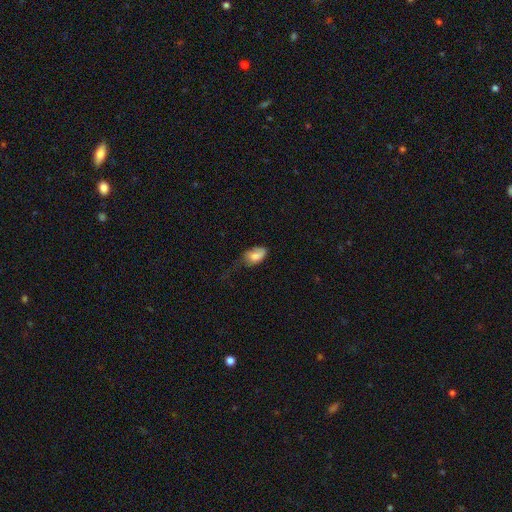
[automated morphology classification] This is clearly a smooth galaxy (80%). How rounded: clearly in between (91%). Merging: marginally minor disturbance (38%).